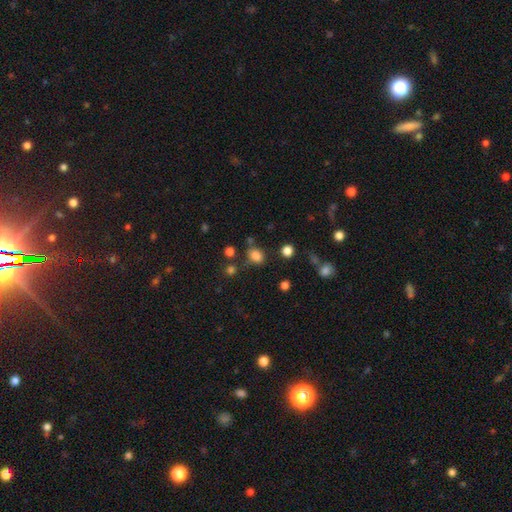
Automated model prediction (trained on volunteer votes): This is clearly a smooth galaxy (80%). How rounded: possibly in between (53%). Merging: likely none (70%).